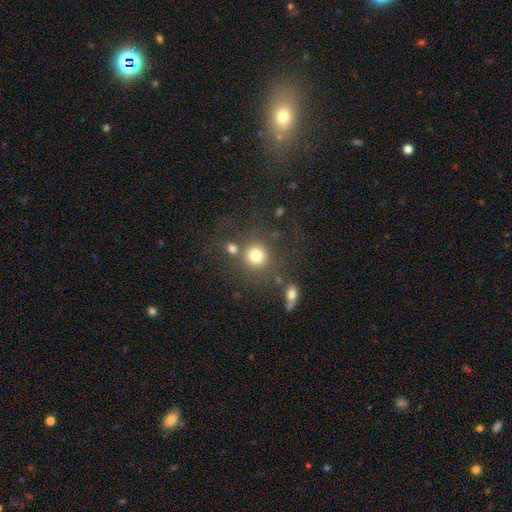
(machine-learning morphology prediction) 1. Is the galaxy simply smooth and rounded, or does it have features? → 78% smooth, 13% star or artifact, 9% featured or disk.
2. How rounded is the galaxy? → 90% round, 9% in between, 1% cigar-shaped.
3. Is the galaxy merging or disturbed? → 66% none, 18% merger, 10% minor disturbance, 7% major disturbance.